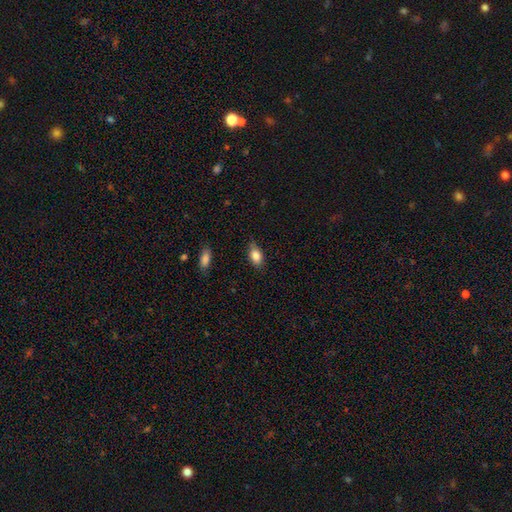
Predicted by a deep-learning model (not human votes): This is clearly a smooth galaxy (83%). How rounded: clearly in between (87%). Merging: likely none (74%).